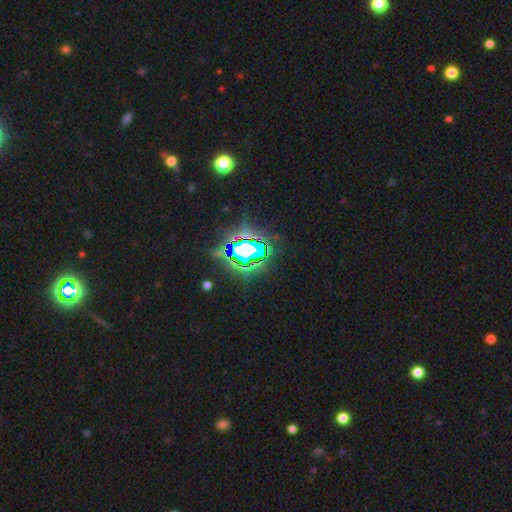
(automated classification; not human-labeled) Overall: star or artifact (79%).